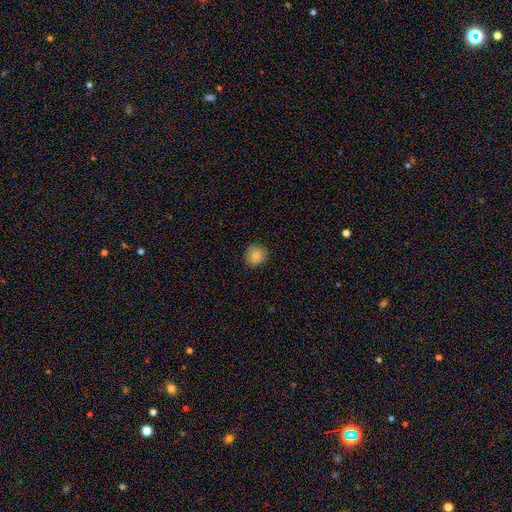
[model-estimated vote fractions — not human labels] The model was most divided on "how rounded": round: 87%, in between: 12%, cigar-shaped: 1%. More confident: smooth or featured — smooth (88%); merging — none (86%).